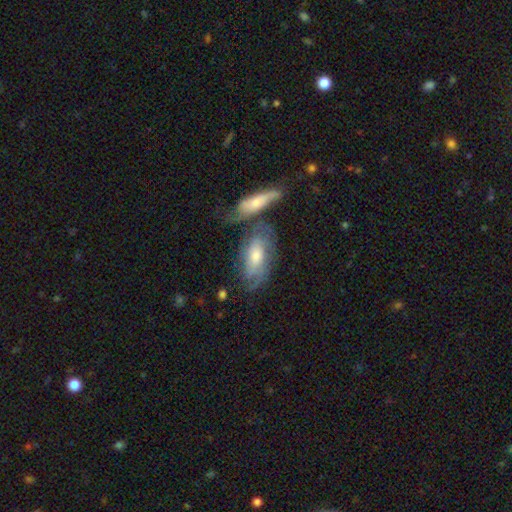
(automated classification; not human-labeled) Q: Smooth or featured?
A: featured or disk (64%); runner-up: smooth (29%)
Q: Edge-on disk?
A: no (88%); runner-up: yes (12%)
Q: Bar?
A: no (65%); runner-up: weak (29%)
Q: Spiral arms?
A: yes (87%); runner-up: no (13%)
Q: Bulge size?
A: moderate (50%); runner-up: small (31%)
Q: Merging?
A: none (44%); runner-up: merger (25%)